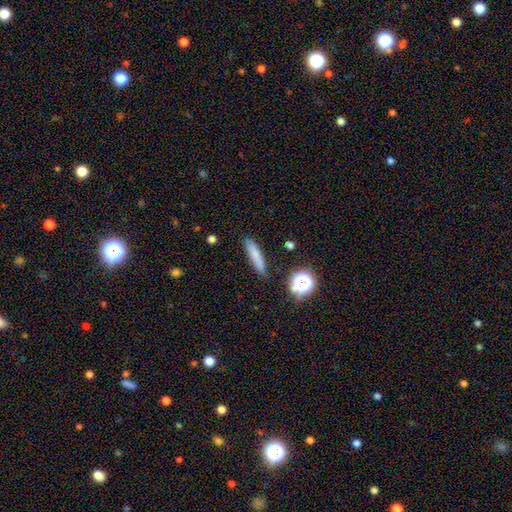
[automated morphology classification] Smooth or featured? Predicted: smooth (p=0.74). How rounded? Predicted: cigar-shaped (p=0.83). Merging? Predicted: none (p=0.85).